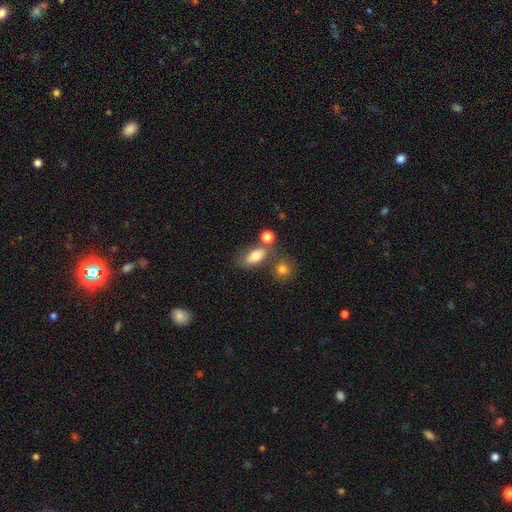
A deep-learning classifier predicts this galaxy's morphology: Smooth or featured: smooth — 77% (featured or disk — 14%)
How rounded: in between — 80% (round — 12%)
Merging: none — 58% (merger — 21%)